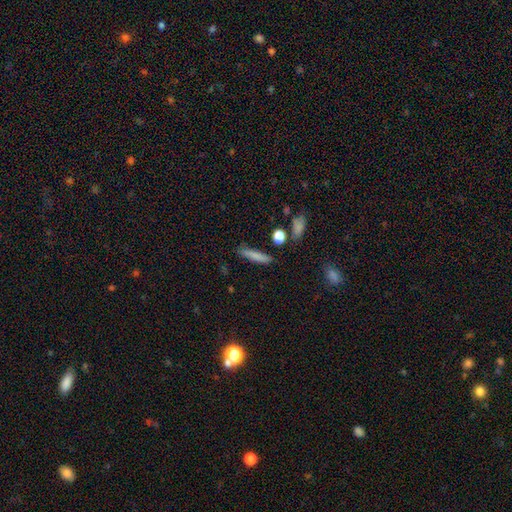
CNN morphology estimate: A smooth galaxy with no disk features (80%) that is cigar-shaped (82%).

Vote fractions:
- Smooth or featured? smooth: 80% / featured or disk: 12% / star or artifact: 8%
- How rounded? cigar-shaped: 82% / in between: 15% / round: 2%
- Merging? none: 79% / minor disturbance: 14% / merger: 4% / major disturbance: 3%